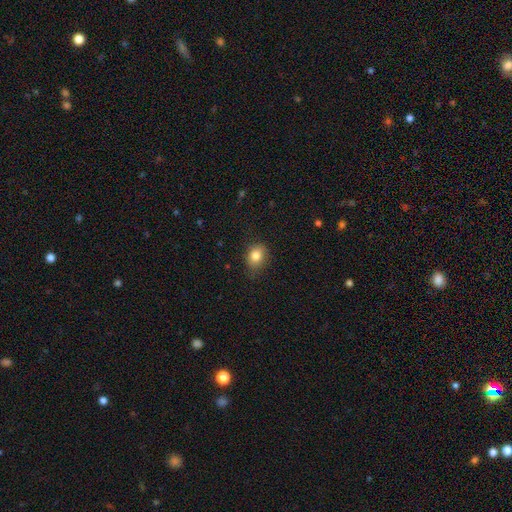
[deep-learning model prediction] smooth_or_featured: smooth (p=0.83) [alt: star or artifact p=0.10]
how_rounded: in between (p=0.54) [alt: round p=0.45]
merging: none (p=0.72) [alt: minor disturbance p=0.22]